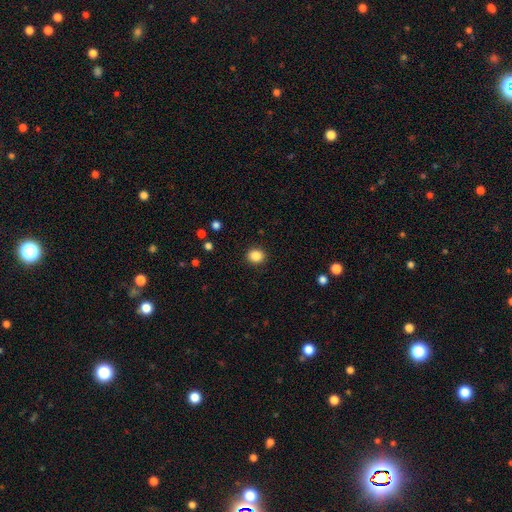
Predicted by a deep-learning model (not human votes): A smooth galaxy with no disk features (86%) that is round (76%). Merging: none (90%).